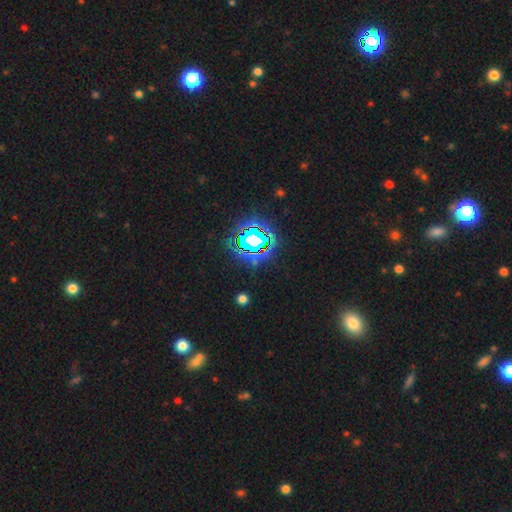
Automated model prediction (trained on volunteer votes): Smooth or featured: star or artifact — 77% (smooth — 16%)